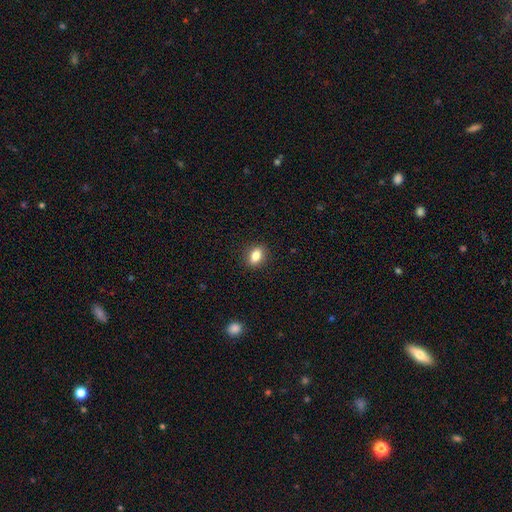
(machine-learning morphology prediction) This is clearly a smooth galaxy (82%). How rounded: likely in between (75%). Merging: clearly none (89%).